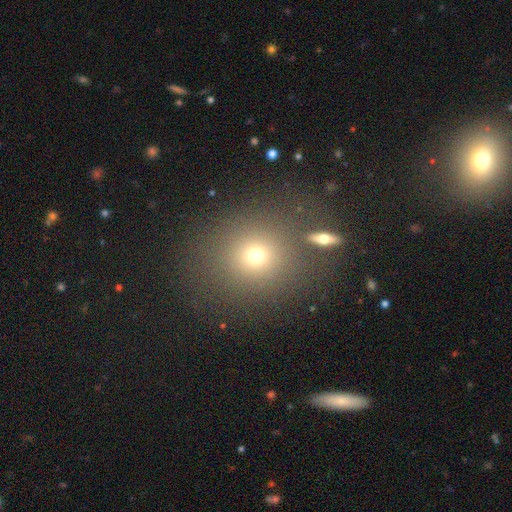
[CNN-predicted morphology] Smooth or featured?
  - smooth: 68% *
  - star or artifact: 20%
  - featured or disk: 12%
How rounded?
  - round: 82% *
  - in between: 17%
  - cigar-shaped: 1%
Merging?
  - none: 76% *
  - merger: 10%
  - minor disturbance: 10%
  - major disturbance: 5%